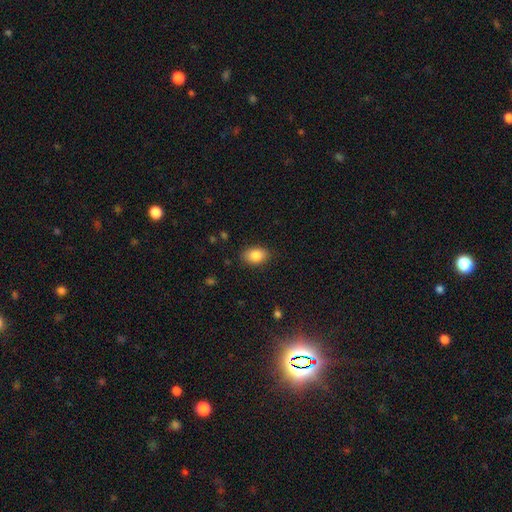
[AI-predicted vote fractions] The model was most divided on "how rounded": in between: 84%, round: 15%, cigar-shaped: 1%. More confident: merging — none (86%); smooth or featured — smooth (85%).